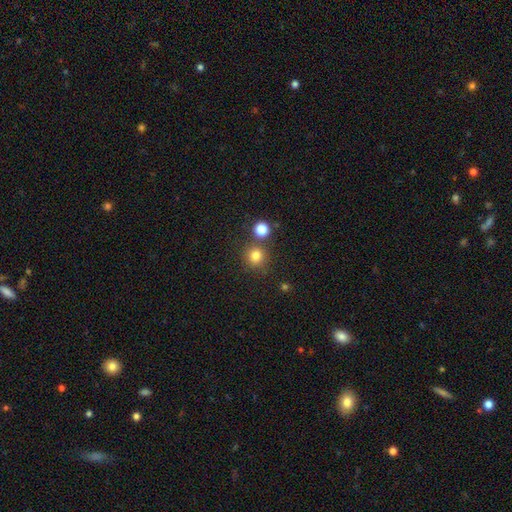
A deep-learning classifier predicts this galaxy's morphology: This appears to be a smooth galaxy with no disk features (80%) that is round (92%). Merging: none (77%).